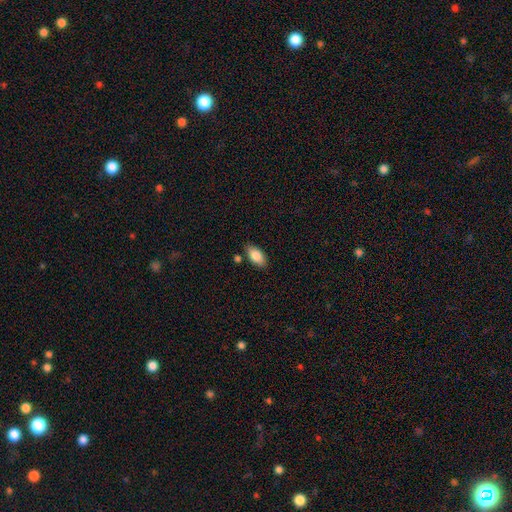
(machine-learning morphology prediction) Overall: smooth (84%). How rounded: in between (93%). Merging: none (82%).